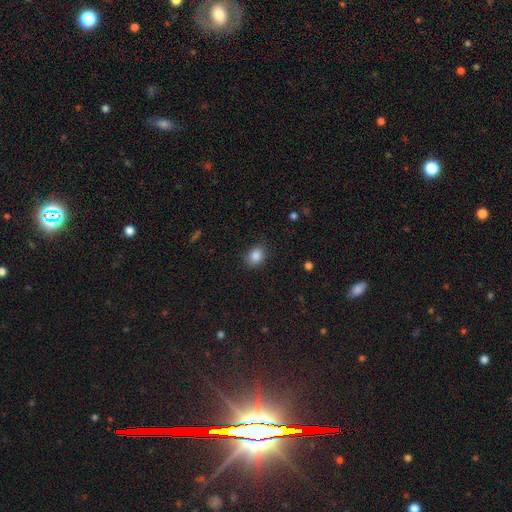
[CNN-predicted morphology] This is clearly a smooth galaxy (87%). How rounded: possibly in between (56%). Merging: clearly none (85%).